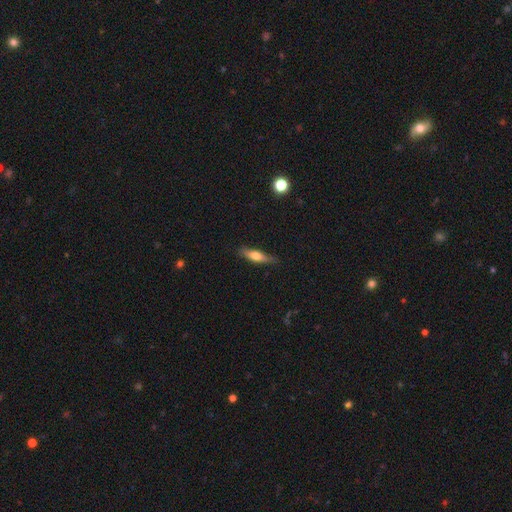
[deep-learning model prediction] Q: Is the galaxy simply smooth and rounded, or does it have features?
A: smooth — 55%.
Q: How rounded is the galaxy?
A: cigar-shaped — 68%.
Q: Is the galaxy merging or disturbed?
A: none — 79%.